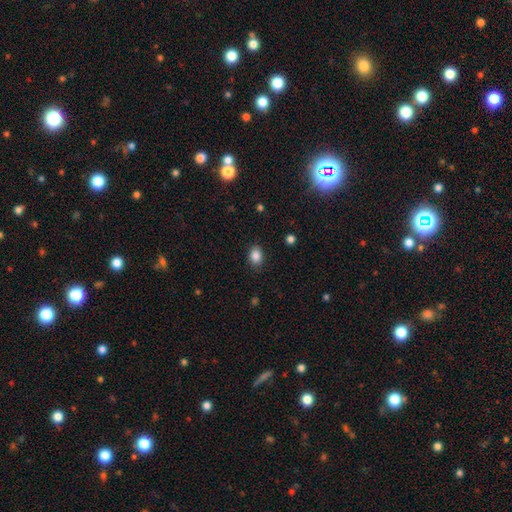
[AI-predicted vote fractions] Smooth or featured? Predicted: smooth (p=0.86). How rounded? Predicted: in between (p=0.74). Merging? Predicted: none (p=0.85).